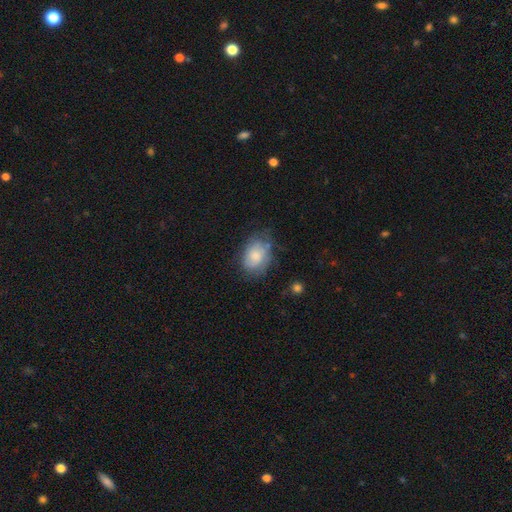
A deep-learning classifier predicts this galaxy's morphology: Smooth or featured? smooth (70%)
How rounded? in between (77%)
Merging? none (56%)